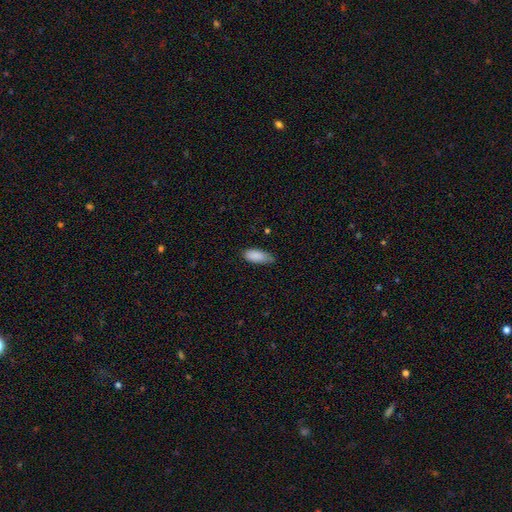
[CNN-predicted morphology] Smooth or featured? Predicted: smooth (p=0.88). How rounded? Predicted: in between (p=0.87). Merging? Predicted: none (p=0.57).